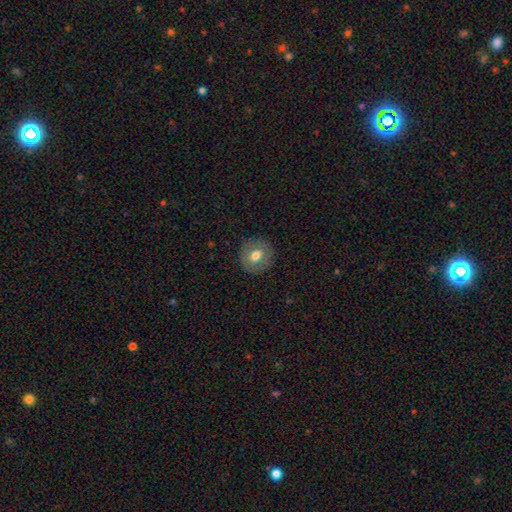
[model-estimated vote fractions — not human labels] Smooth or featured: smooth — 67% (featured or disk — 24%)
How rounded: round — 86% (in between — 13%)
Merging: none — 88% (minor disturbance — 8%)